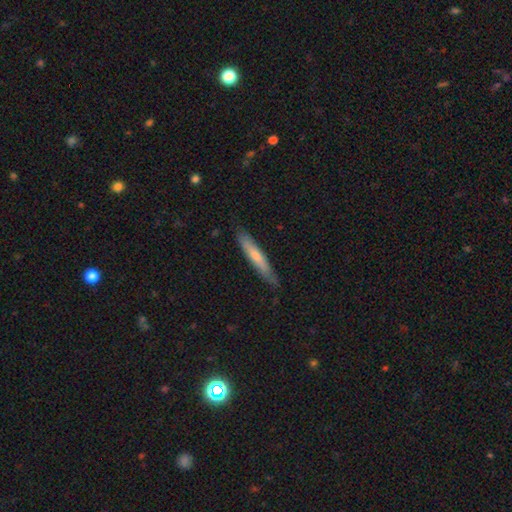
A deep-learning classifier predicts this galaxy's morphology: Smooth or featured: smooth — 60% (featured or disk — 35%)
How rounded: cigar-shaped — 91% (in between — 7%)
Merging: none — 81% (minor disturbance — 16%)